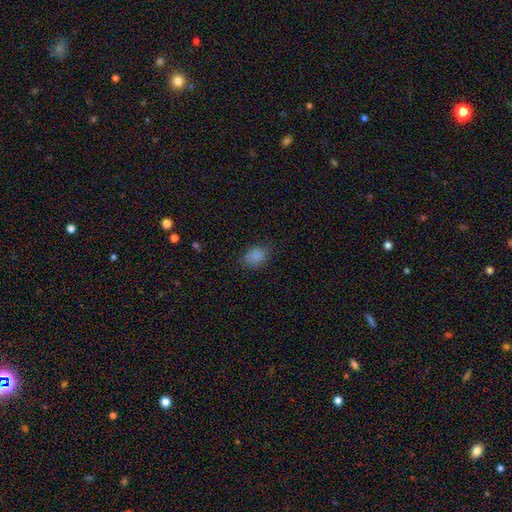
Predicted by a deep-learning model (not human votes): Smooth or featured: smooth — 85% (star or artifact — 11%)
How rounded: in between — 70% (round — 29%)
Merging: none — 78% (minor disturbance — 17%)